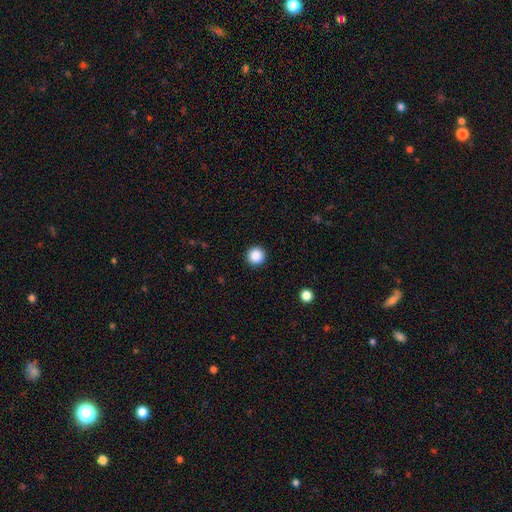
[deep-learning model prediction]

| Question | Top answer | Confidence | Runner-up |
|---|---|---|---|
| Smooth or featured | smooth | 87% | star or artifact (10%) |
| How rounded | round | 96% | in between (3%) |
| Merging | none | 93% | minor disturbance (4%) |